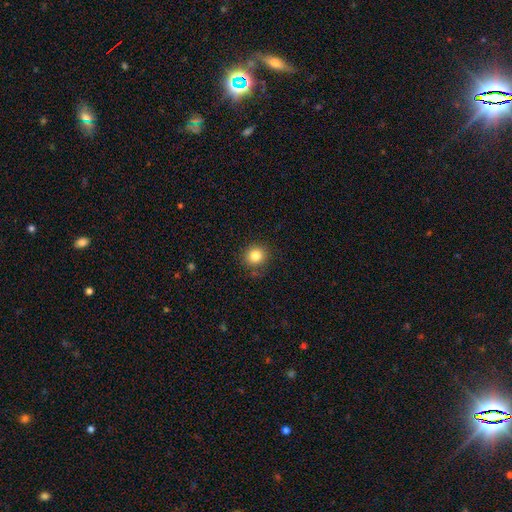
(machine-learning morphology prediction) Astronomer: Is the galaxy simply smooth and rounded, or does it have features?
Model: smooth — 83%.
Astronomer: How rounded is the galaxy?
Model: round — 88%.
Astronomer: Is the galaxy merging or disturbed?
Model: none — 86%.